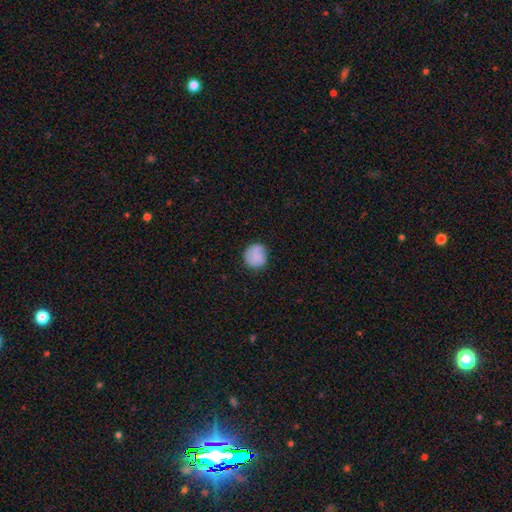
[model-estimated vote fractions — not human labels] This appears to be a smooth galaxy with no disk features (76%) that is round (89%). Merging: none (78%).